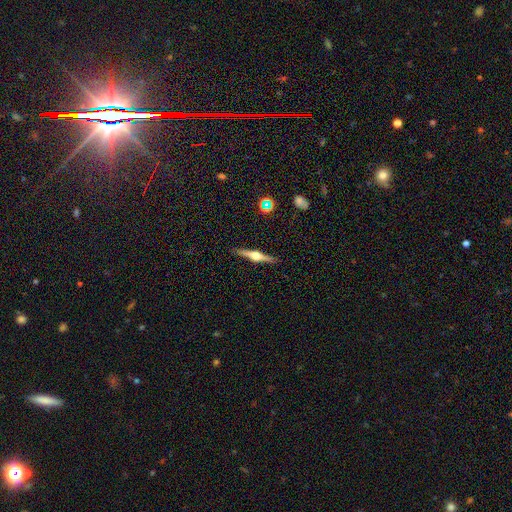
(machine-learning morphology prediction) smooth-or-featured: featured or disk: 79% | smooth: 15% | star or artifact: 6%
  disk-edge-on: yes: 98% | no: 2%
    edge-on-bulge: rounded: 95% | boxy: 3% | none: 2%
  merging: none: 91% | minor disturbance: 6% | major disturbance: 1% | merger: 1%